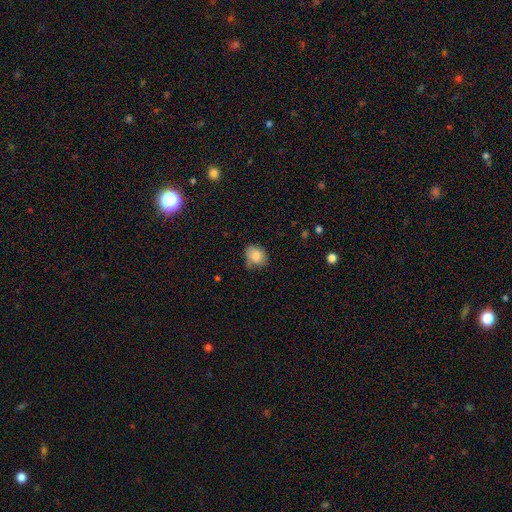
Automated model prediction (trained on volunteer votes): Smooth or featured?
  - smooth: 83% *
  - star or artifact: 9%
  - featured or disk: 9%
How rounded?
  - in between: 52% *
  - round: 47%
  - cigar-shaped: 1%
Merging?
  - none: 59% *
  - minor disturbance: 30%
  - major disturbance: 6%
  - merger: 4%